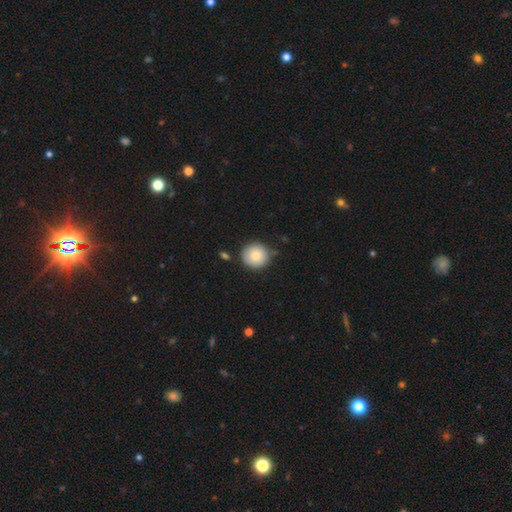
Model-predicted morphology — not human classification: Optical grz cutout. It shows a smooth galaxy with no disk features (83%) that is round (94%). Merging: none (83%).